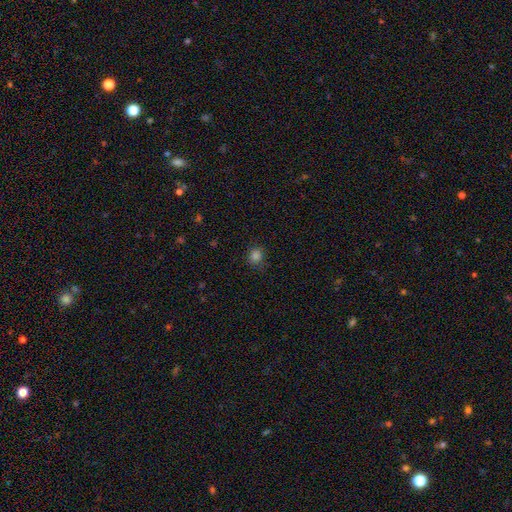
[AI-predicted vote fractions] Smooth or featured? Predicted: smooth (p=0.82). How rounded? Predicted: round (p=0.79). Merging? Predicted: none (p=0.85).